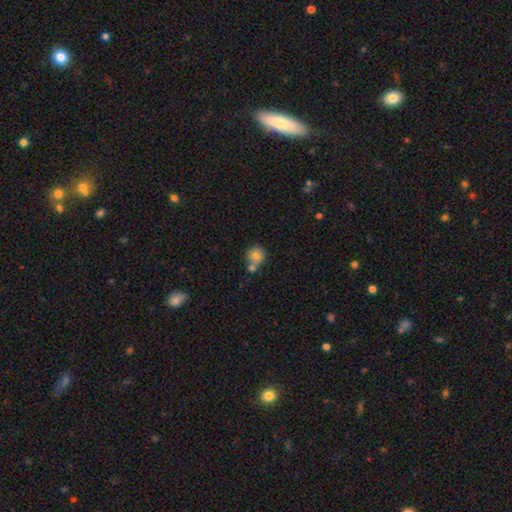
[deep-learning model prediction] smooth 78%, featured or disk 12%, star or artifact 10%. Down the decision tree: how rounded — round (85%); merging — none (49%).